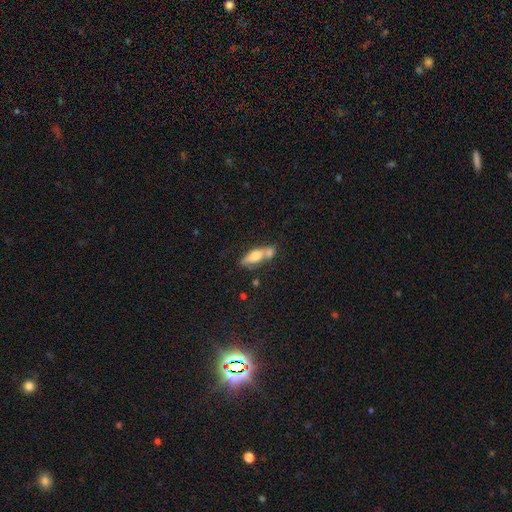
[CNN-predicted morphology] Smooth or featured? smooth (59%)
How rounded? in between (55%)
Merging? merger (42%)